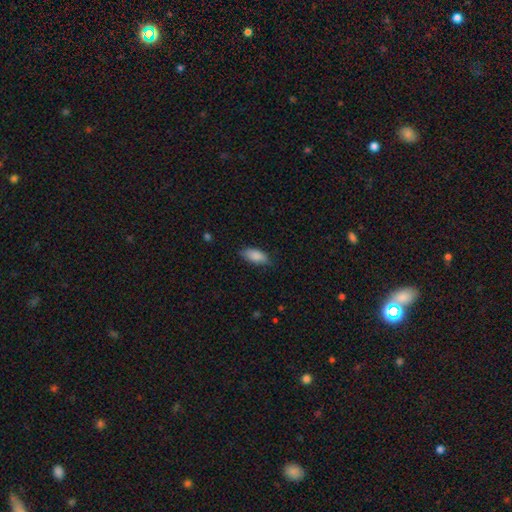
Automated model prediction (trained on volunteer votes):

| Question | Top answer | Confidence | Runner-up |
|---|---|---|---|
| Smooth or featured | smooth | 88% | star or artifact (6%) |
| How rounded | in between | 85% | cigar-shaped (13%) |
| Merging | none | 81% | minor disturbance (15%) |